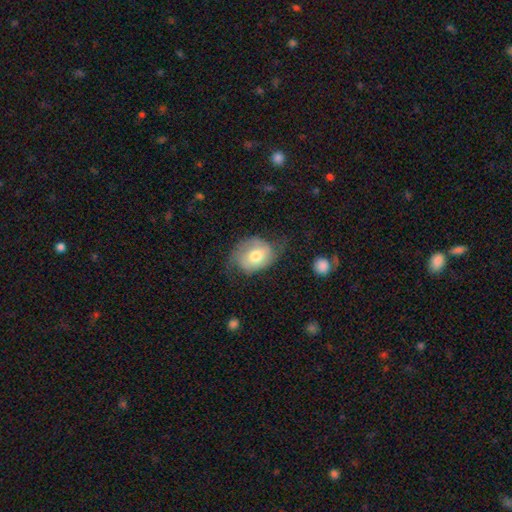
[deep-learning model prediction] This is possibly a smooth galaxy (55%). How rounded: possibly in between (54%). Merging: possibly none (46%).